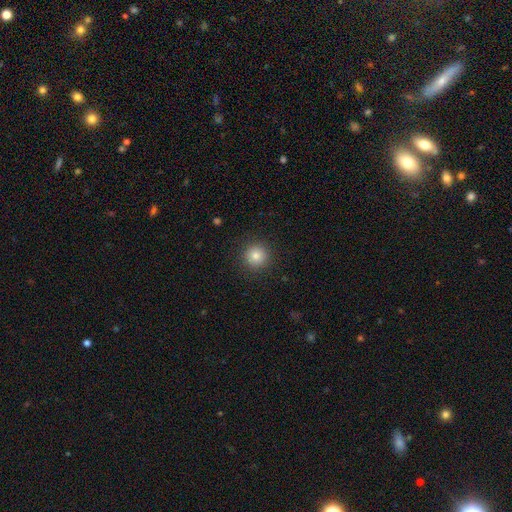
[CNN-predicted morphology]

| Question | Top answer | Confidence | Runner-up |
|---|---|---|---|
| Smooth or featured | smooth | 82% | star or artifact (12%) |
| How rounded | round | 95% | in between (4%) |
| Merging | none | 91% | minor disturbance (5%) |